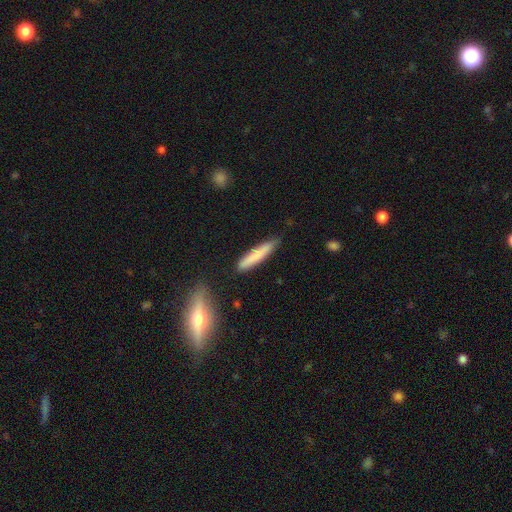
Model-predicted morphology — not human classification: This appears to be a smooth galaxy with no disk features (76%) that is cigar-shaped (91%). Merging: none (82%).